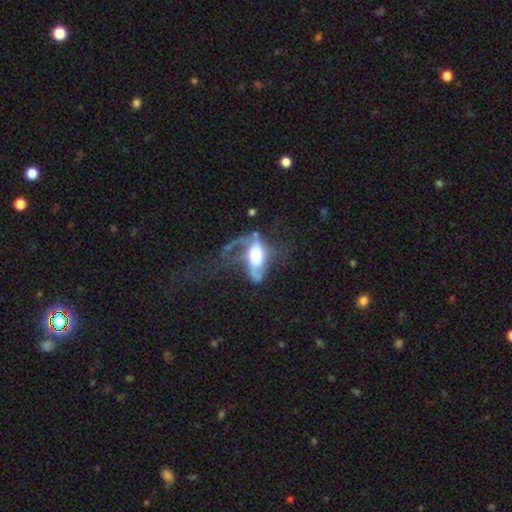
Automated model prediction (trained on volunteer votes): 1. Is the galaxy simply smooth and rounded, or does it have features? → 63% featured or disk, 29% smooth, 8% star or artifact.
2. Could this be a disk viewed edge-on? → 84% no, 16% yes.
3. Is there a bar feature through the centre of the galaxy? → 56% no, 27% weak, 18% strong.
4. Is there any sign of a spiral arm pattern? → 67% yes, 33% no.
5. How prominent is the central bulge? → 50% large, 31% moderate, 13% dominant, 4% small, 3% none.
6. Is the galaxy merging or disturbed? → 48% major disturbance, 25% none, 20% minor disturbance, 7% merger.